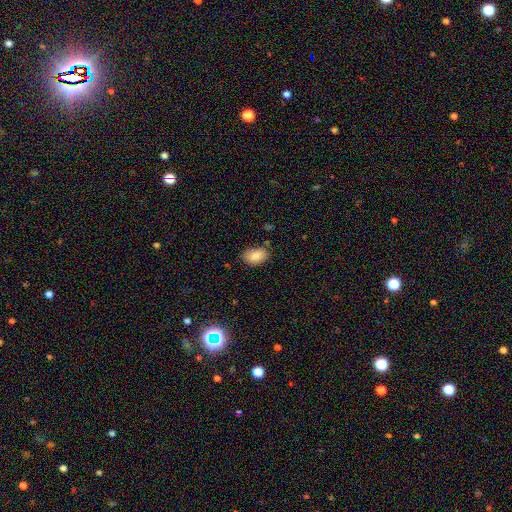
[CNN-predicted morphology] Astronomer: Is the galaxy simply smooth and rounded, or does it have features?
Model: smooth — 84%.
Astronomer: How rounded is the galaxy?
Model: in between — 90%.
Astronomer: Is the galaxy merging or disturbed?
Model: none — 82%.